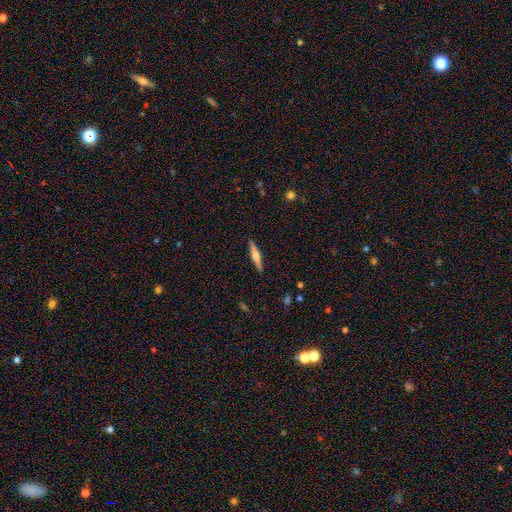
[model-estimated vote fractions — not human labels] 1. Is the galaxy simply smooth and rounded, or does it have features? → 53% featured or disk, 41% smooth, 6% star or artifact.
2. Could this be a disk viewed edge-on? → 97% yes, 3% no.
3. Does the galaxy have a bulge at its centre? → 79% rounded, 14% boxy, 6% none.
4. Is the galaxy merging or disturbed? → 90% none, 7% minor disturbance, 2% major disturbance, 1% merger.